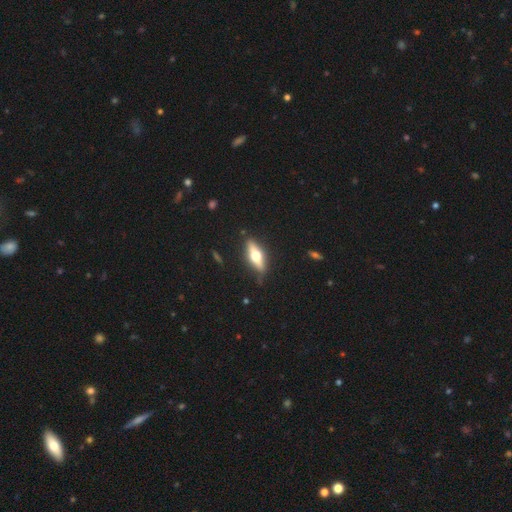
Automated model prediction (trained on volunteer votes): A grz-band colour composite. It shows a featured or disk galaxy (58%) viewed edge-on (90%) with a rounded central bulge (95%). Merging: none (84%).